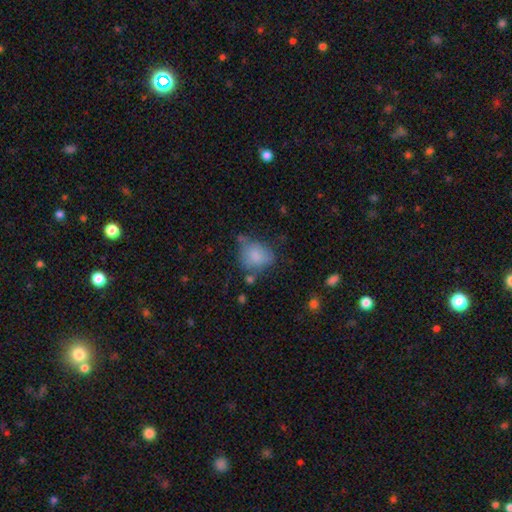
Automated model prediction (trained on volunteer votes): Smooth or featured? smooth (76%)
How rounded? round (50%)
Merging? none (42%)